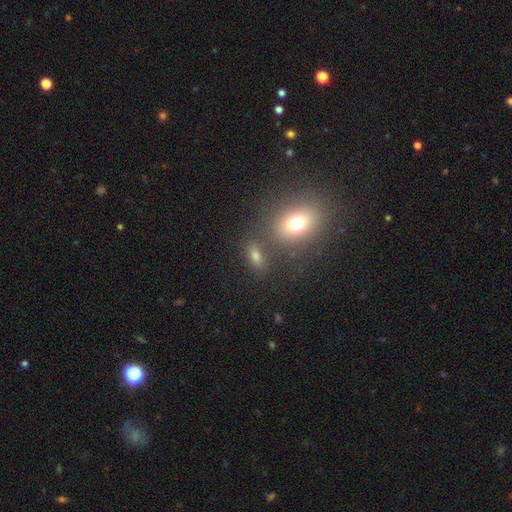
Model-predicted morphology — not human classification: Smooth or featured: smooth — 67% (star or artifact — 20%)
How rounded: in between — 71% (round — 21%)
Merging: none — 69% (merger — 16%)